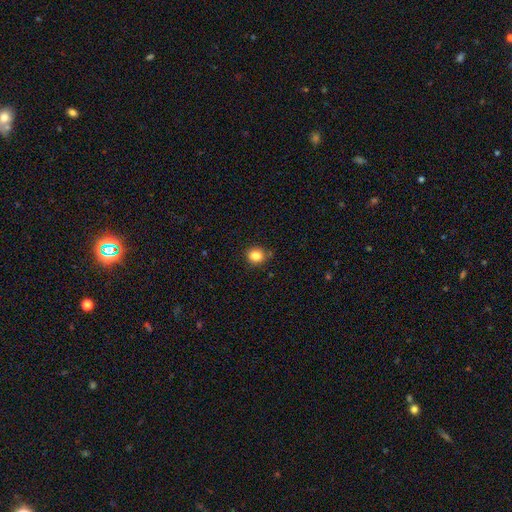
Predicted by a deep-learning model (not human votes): The model was most divided on "how rounded": round: 76%, in between: 23%, cigar-shaped: 1%. More confident: smooth or featured — smooth (85%); merging — none (81%).